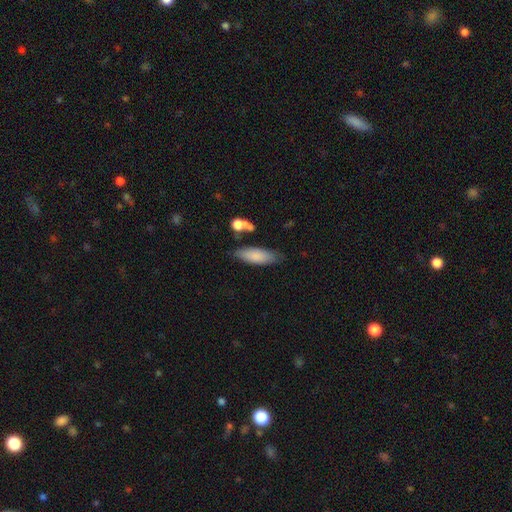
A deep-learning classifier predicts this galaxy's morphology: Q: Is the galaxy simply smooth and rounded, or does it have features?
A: smooth — 82%.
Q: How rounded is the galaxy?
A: in between — 61%.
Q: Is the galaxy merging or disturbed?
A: none — 72%.